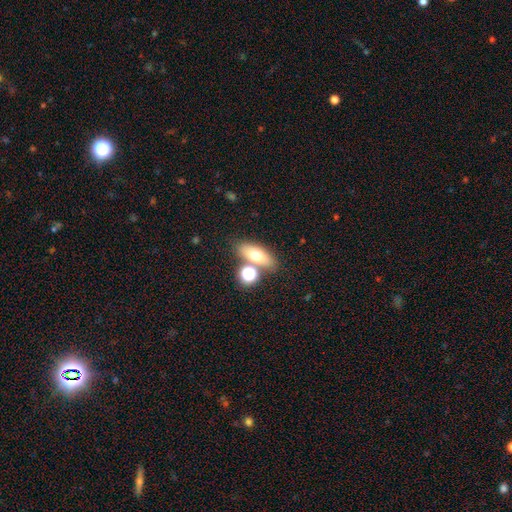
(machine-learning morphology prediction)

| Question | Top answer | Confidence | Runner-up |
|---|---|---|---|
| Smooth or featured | smooth | 66% | featured or disk (24%) |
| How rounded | in between | 69% | cigar-shaped (18%) |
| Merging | none | 66% | merger (20%) |